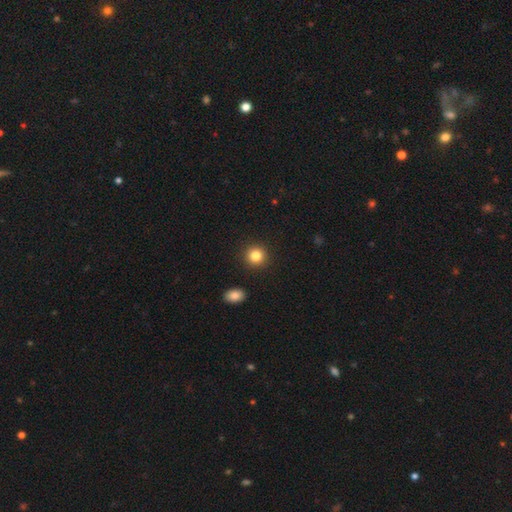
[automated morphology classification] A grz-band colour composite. It shows a smooth galaxy with no disk features (84%) that is round (92%). Merging: none (92%).